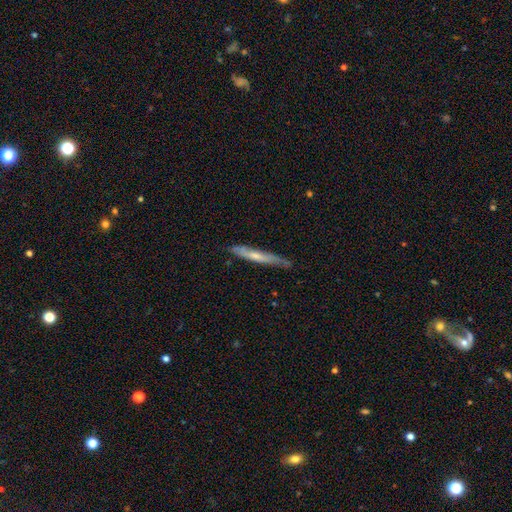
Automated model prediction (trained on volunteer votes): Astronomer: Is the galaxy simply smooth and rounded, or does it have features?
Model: featured or disk — 48% (runner-up: smooth, 46%).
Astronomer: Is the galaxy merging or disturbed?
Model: none — 71%.